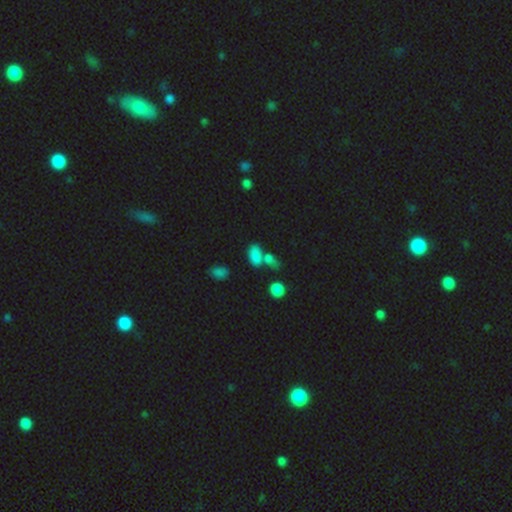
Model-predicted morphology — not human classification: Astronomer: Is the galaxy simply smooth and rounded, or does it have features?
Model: smooth — 77%.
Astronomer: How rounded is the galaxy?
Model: in between — 86%.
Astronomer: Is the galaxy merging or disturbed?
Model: none — 48% (runner-up: merger, 32%).